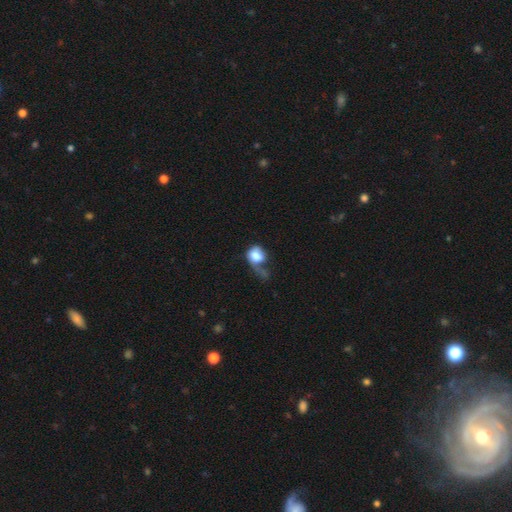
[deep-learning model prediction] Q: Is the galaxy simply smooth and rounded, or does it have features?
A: smooth — 70%.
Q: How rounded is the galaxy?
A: round — 55%.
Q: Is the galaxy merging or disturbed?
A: major disturbance — 48%.